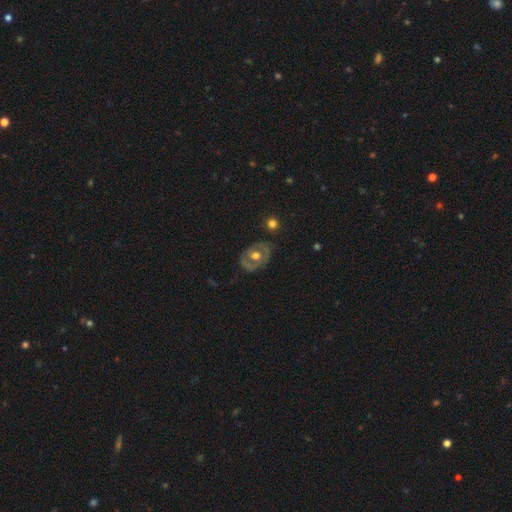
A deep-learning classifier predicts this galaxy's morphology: Smooth or featured: featured or disk — 60% (smooth — 33%)
Edge-on disk: no — 95% (yes — 5%)
Bar: no — 73% (weak — 21%)
Spiral arms: no — 66% (yes — 34%)
Bulge size: moderate — 72% (large — 19%)
Merging: none — 75% (minor disturbance — 17%)